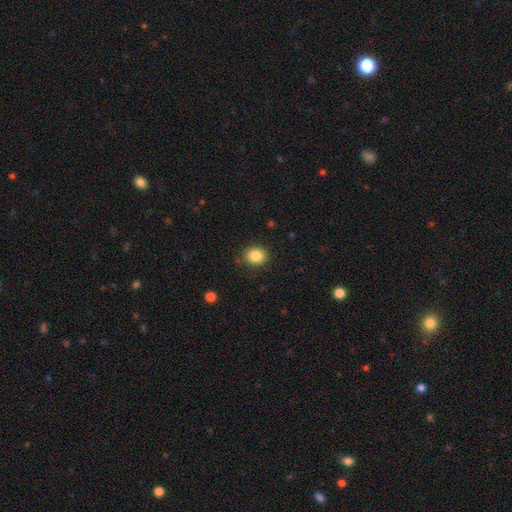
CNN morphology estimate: A smooth galaxy with no disk features (85%) that is round (72%). Merging: none (87%).